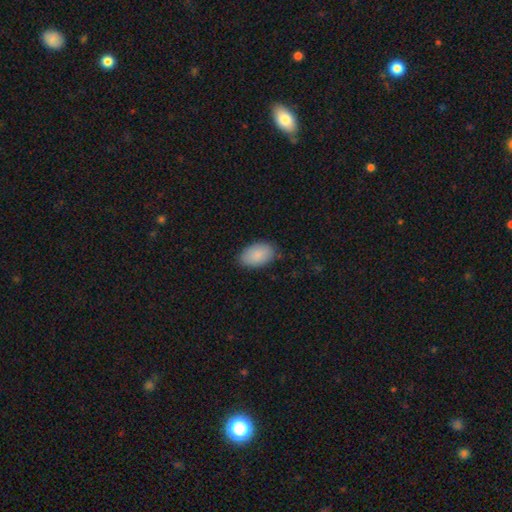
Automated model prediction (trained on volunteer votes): The model was most divided on "merging": none: 84%, minor disturbance: 13%, major disturbance: 2%, merger: 1%. More confident: how rounded — in between (94%); smooth or featured — smooth (89%).